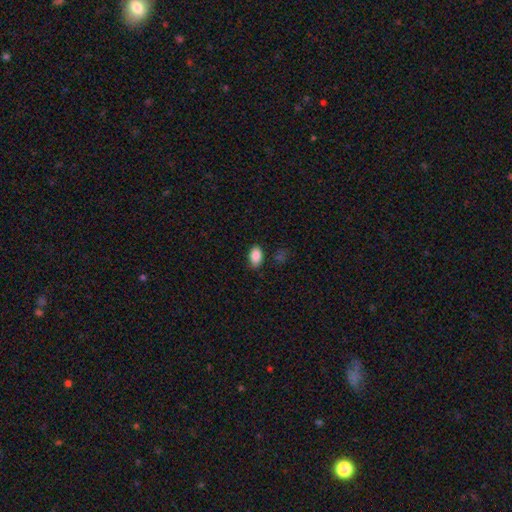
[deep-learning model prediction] Smooth or featured? smooth (89%)
How rounded? in between (90%)
Merging? none (82%)